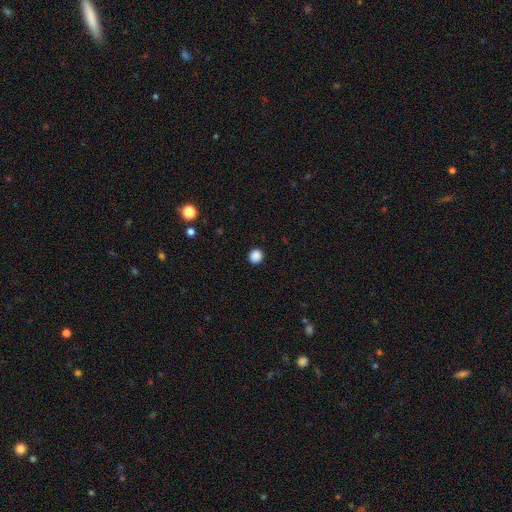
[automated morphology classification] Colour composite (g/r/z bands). It shows a smooth galaxy with no disk features (87%) that is round (87%). Merging: none (92%).